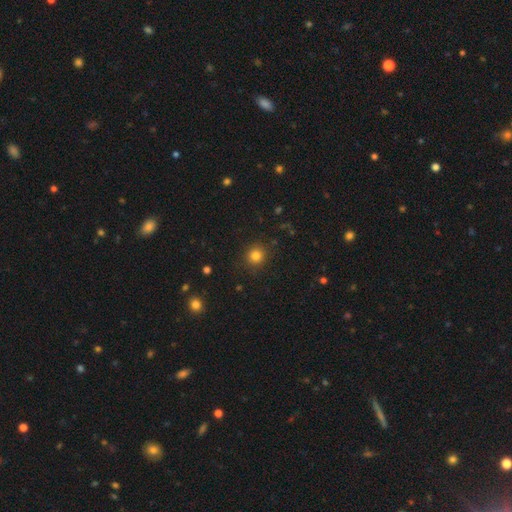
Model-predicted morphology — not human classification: A smooth galaxy with no disk features (82%) that is round (91%).

Vote fractions:
- Smooth or featured? smooth: 82% / star or artifact: 13% / featured or disk: 5%
- How rounded? round: 91% / in between: 8% / cigar-shaped: 1%
- Merging? none: 89% / minor disturbance: 7% / major disturbance: 3% / merger: 1%